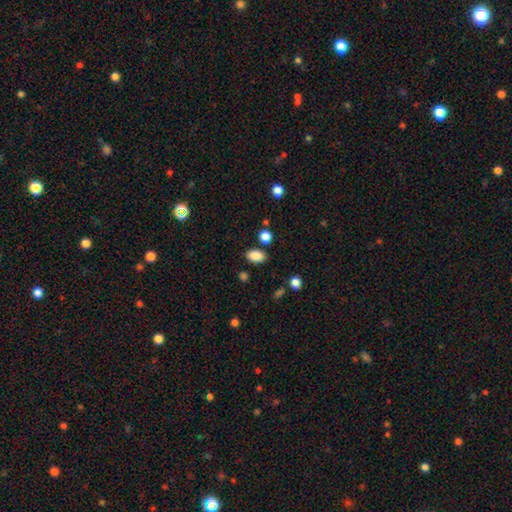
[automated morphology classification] Q: Smooth or featured?
A: smooth (86%); runner-up: star or artifact (9%)
Q: How rounded?
A: in between (87%); runner-up: round (12%)
Q: Merging?
A: none (82%); runner-up: minor disturbance (10%)